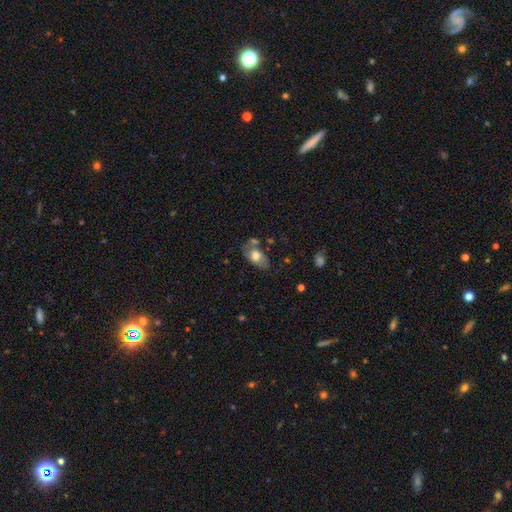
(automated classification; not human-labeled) Smooth or featured? Predicted: smooth (p=0.61). How rounded? Predicted: in between (p=0.90). Merging? Predicted: none (p=0.50).